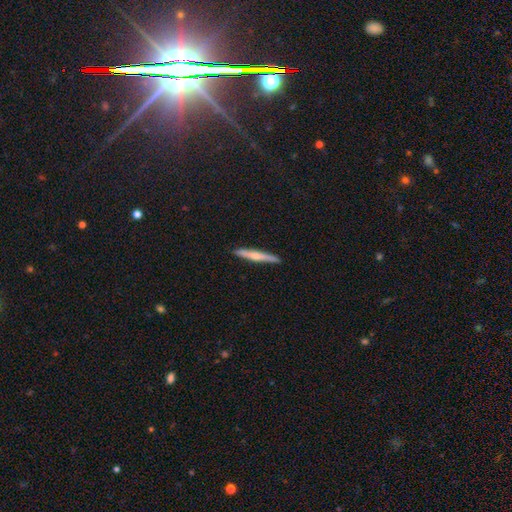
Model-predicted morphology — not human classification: This appears to be a featured or disk galaxy (48%). Merging: none (91%).